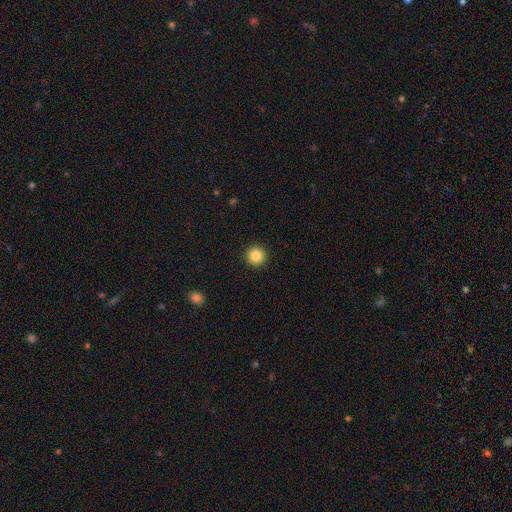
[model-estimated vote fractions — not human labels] A smooth galaxy with no disk features (86%) that is round (96%). Merging: none (94%).